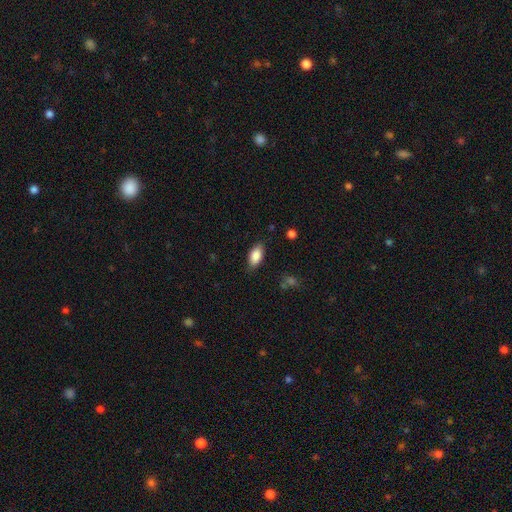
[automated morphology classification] Overall: smooth (85%). How rounded: in between (90%). Merging: none (82%).